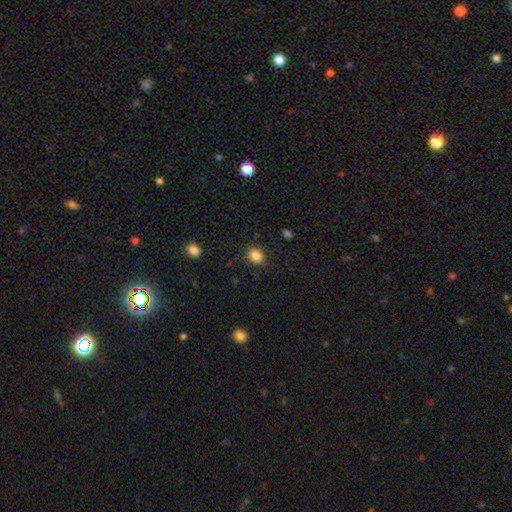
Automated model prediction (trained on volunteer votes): A smooth galaxy with no disk features (86%) that is round (76%).

Vote fractions:
- Smooth or featured? smooth: 86% / star or artifact: 11% / featured or disk: 4%
- How rounded? round: 76% / in between: 23% / cigar-shaped: 1%
- Merging? none: 88% / minor disturbance: 8% / major disturbance: 3% / merger: 1%